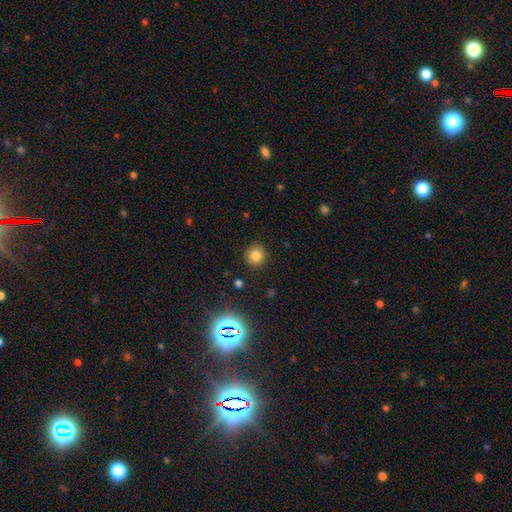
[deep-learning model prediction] This appears to be a smooth galaxy with no disk features (79%) that is round (92%). Merging: none (91%).